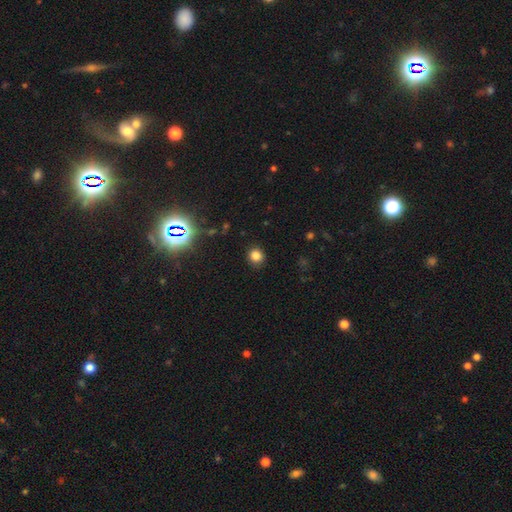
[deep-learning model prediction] smooth 80%, star or artifact 15%, featured or disk 5%. Down the decision tree: how rounded — round (86%); merging — none (89%).